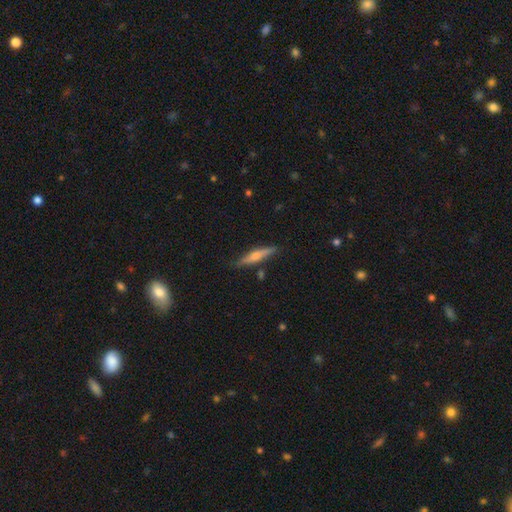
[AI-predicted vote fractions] This is possibly a featured or disk galaxy (47%). Merging: clearly none (84%).